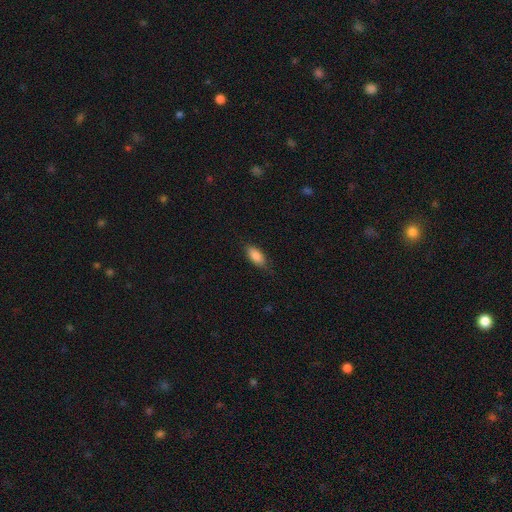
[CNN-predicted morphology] Smooth or featured: smooth — 85% (featured or disk — 8%)
How rounded: in between — 85% (cigar-shaped — 12%)
Merging: none — 79% (minor disturbance — 16%)